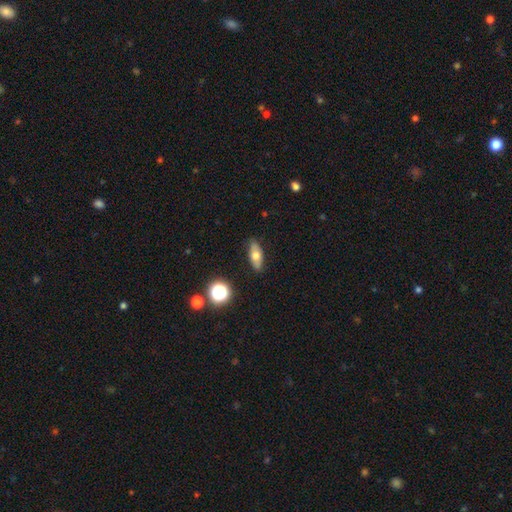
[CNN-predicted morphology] smooth-or-featured: smooth: 61% | featured or disk: 30% | star or artifact: 9%
  how-rounded: in between: 69% | cigar-shaped: 24% | round: 7%
  merging: none: 86% | minor disturbance: 10% | major disturbance: 2% | merger: 1%